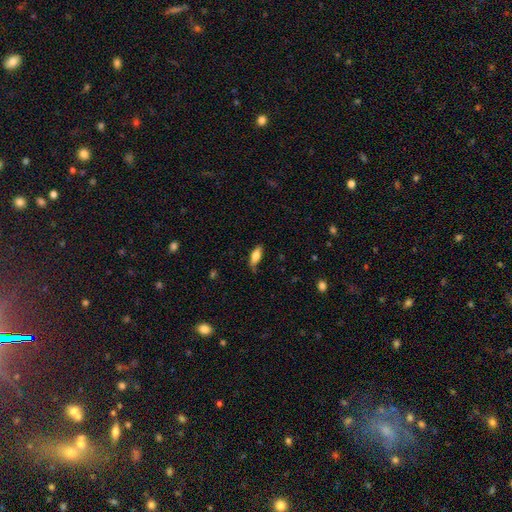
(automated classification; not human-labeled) Morphology: type=smooth (74%); roundness=in between (71%); merging=none (67%).